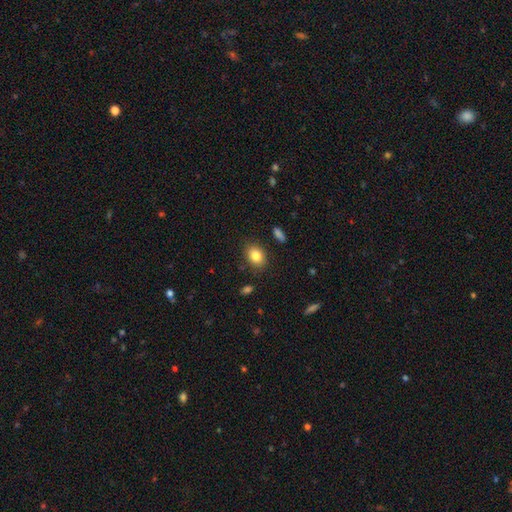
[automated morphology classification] type=smooth (83%); roundness=in between (68%); merging=none (85%).